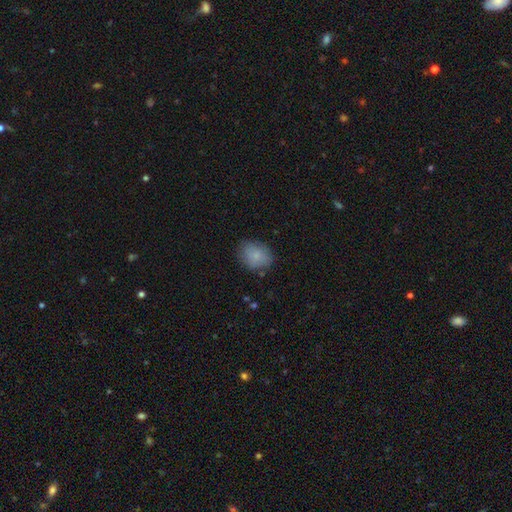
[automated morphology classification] type=smooth (81%); roundness=in between (51%); merging=none (74%).